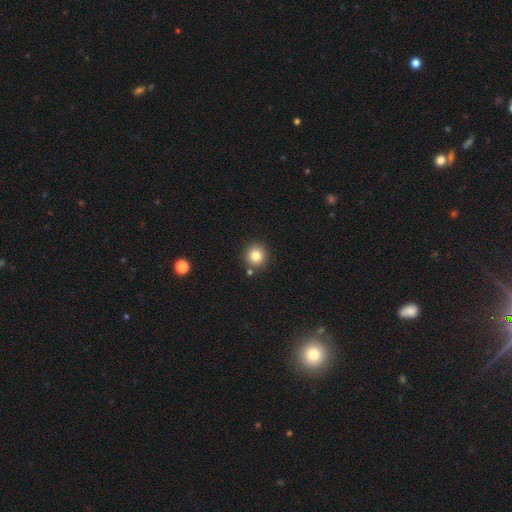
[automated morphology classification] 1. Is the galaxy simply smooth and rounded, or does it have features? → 82% smooth, 11% star or artifact, 7% featured or disk.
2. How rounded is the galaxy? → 94% round, 5% in between, 1% cigar-shaped.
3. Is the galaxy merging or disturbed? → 85% none, 7% minor disturbance, 6% merger, 2% major disturbance.